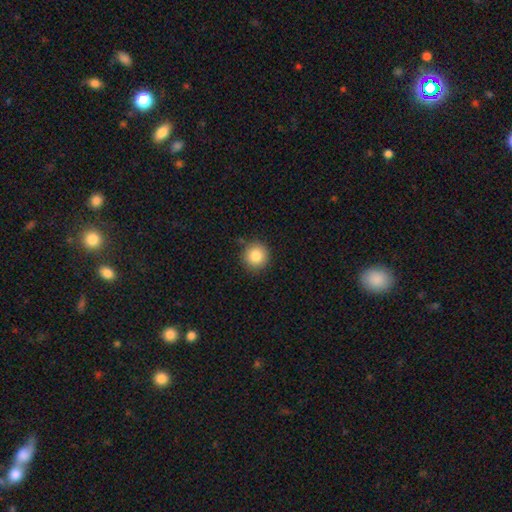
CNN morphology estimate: type=smooth (84%); roundness=round (94%); merging=none (88%).